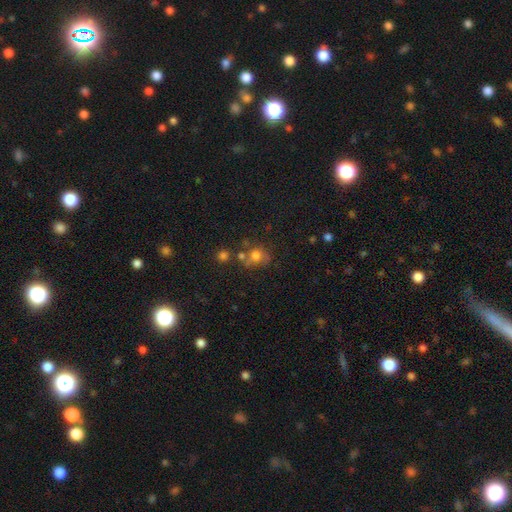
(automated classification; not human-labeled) smooth 66%, featured or disk 19%, star or artifact 14%. Down the decision tree: how rounded — round (70%); merging — none (44%).